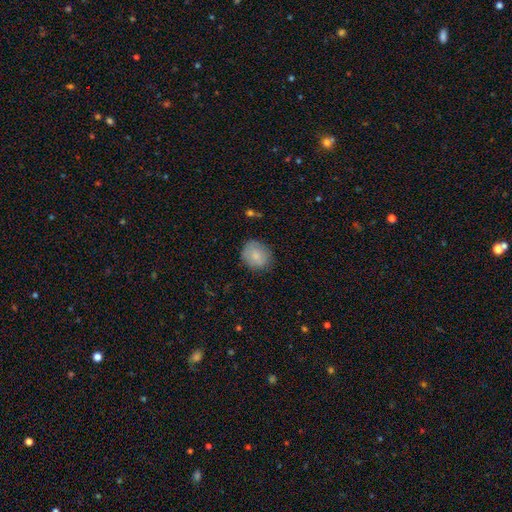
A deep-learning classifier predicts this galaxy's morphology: A smooth galaxy with no disk features (79%) that is round (67%).

Vote fractions:
- Smooth or featured? smooth: 79% / featured or disk: 14% / star or artifact: 7%
- How rounded? round: 67% / in between: 32% / cigar-shaped: 1%
- Merging? none: 78% / minor disturbance: 17% / major disturbance: 4% / merger: 1%